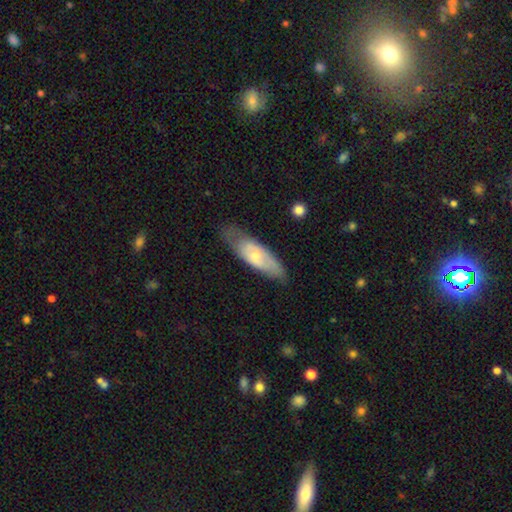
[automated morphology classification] Smooth or featured: featured or disk — 49% (smooth — 45%)
Merging: none — 67% (minor disturbance — 24%)